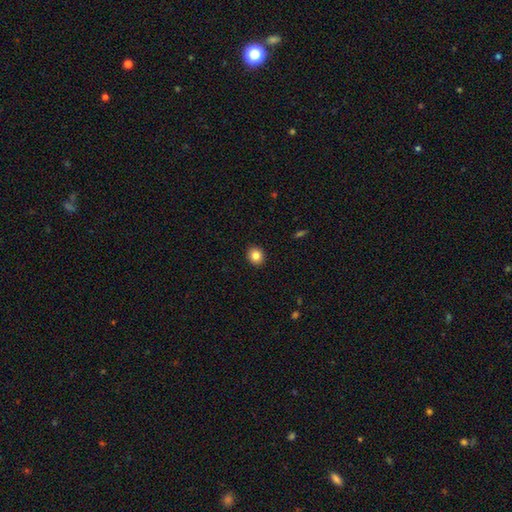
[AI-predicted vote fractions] Smooth or featured: smooth — 83% (star or artifact — 10%)
How rounded: round — 80% (in between — 19%)
Merging: none — 92% (minor disturbance — 5%)